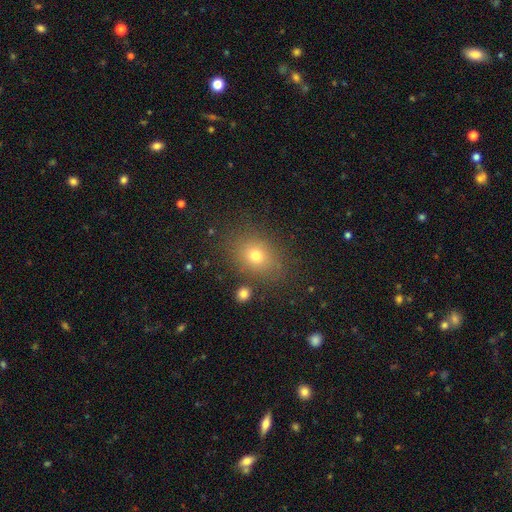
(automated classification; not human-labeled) Smooth or featured? Predicted: smooth (p=0.73). How rounded? Predicted: in between (p=0.59). Merging? Predicted: none (p=0.80).